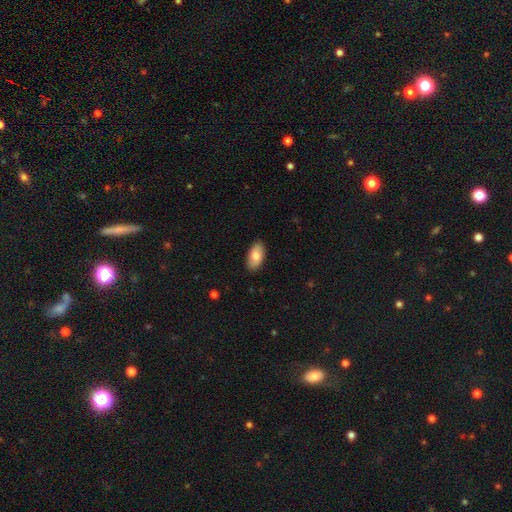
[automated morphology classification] smooth_or_featured: smooth (p=0.77) [alt: featured or disk p=0.17]
how_rounded: in between (p=0.93) [alt: cigar-shaped p=0.04]
merging: none (p=0.87) [alt: minor disturbance p=0.10]